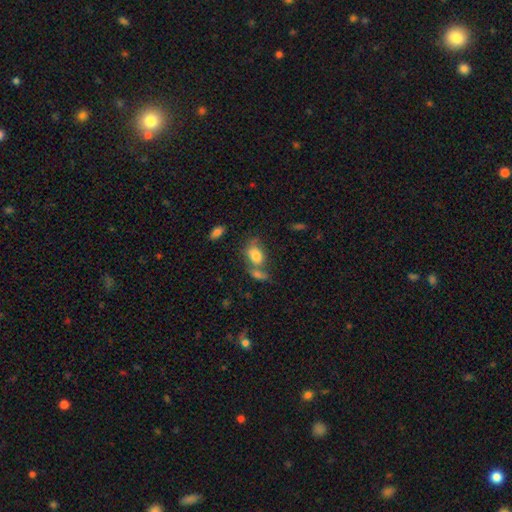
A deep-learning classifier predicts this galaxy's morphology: Overall: smooth (76%). How rounded: in between (80%). Merging: merger (39%; none 35%).